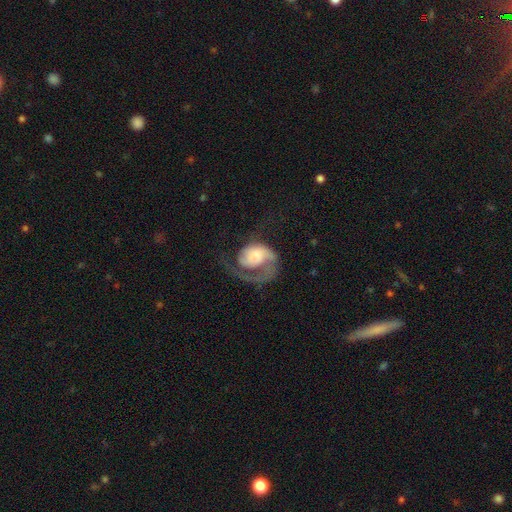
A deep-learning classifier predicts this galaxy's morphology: This is likely a featured or disk galaxy (75%). It is clearly not viewed edge-on (98%). Bar: likely no (71%). Spiral arm pattern: clearly yes (92%). Spiral arm count: likely 1 (76%). Spiral winding: marginally medium (38%). Central bulge: marginally moderate (26%). Merging: possibly major disturbance (46%).